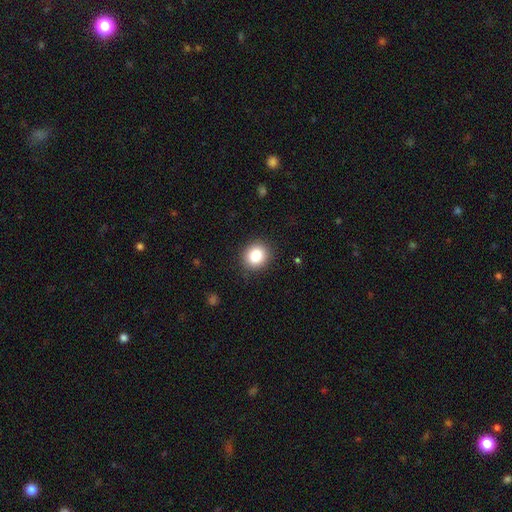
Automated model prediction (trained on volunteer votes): smooth_or_featured: smooth (p=0.84) [alt: star or artifact p=0.10]
how_rounded: round (p=0.78) [alt: in between p=0.21]
merging: none (p=0.89) [alt: minor disturbance p=0.08]